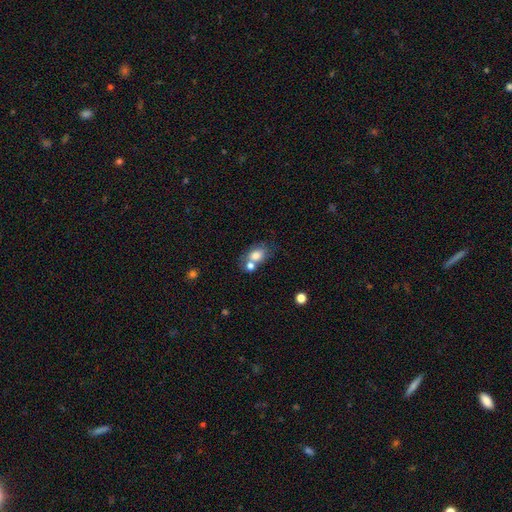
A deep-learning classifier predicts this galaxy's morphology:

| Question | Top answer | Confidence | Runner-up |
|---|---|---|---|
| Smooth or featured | smooth | 75% | featured or disk (16%) |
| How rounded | in between | 75% | round (23%) |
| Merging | none | 41% | merger (39%) |